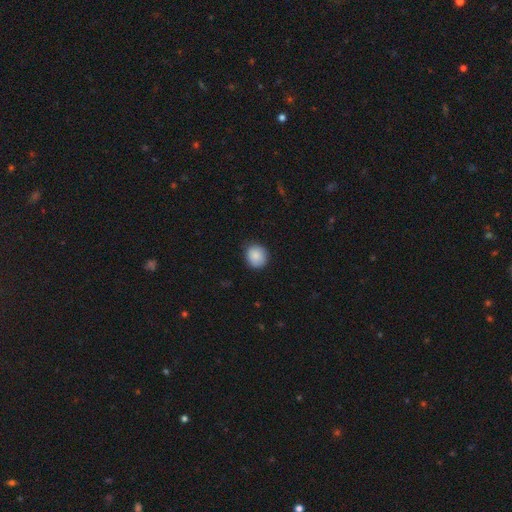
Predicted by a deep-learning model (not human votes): smooth_or_featured: smooth (p=0.88) [alt: star or artifact p=0.08]
how_rounded: round (p=0.81) [alt: in between p=0.18]
merging: none (p=0.85) [alt: minor disturbance p=0.12]